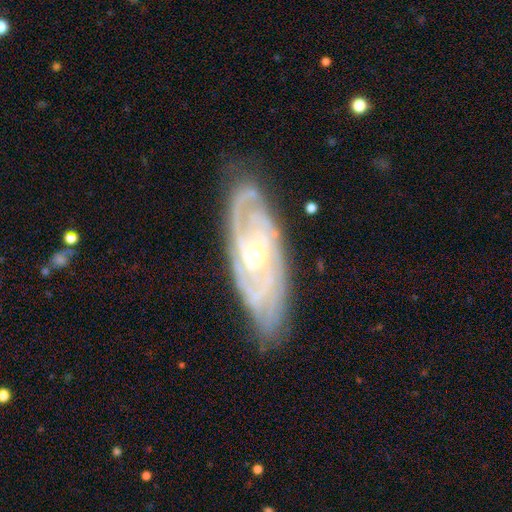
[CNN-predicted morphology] A featured or disk galaxy (89%) with no bar (62%), 3 (28%) tight (72%) spiral arms (97%) and a small central bulge (59%).

Vote fractions:
- Smooth or featured? featured or disk: 89% / smooth: 6% / star or artifact: 5%
- Edge-on disk? no: 90% / yes: 10%
- Bar? no: 62% / weak: 28% / strong: 9%
- Spiral arms? yes: 97% / no: 3%
- Spiral winding? tight: 72% / medium: 25% / loose: 4%
- Spiral arm count? 3: 28% / 2: 24% / can't tell: 24% / 4: 13% / more than 4: 5% / 1: 5%
- Bulge size? small: 59% / moderate: 38% / large: 1% / none: 1% / dominant: 1%
- Merging? none: 79% / minor disturbance: 16% / major disturbance: 4% / merger: 1%